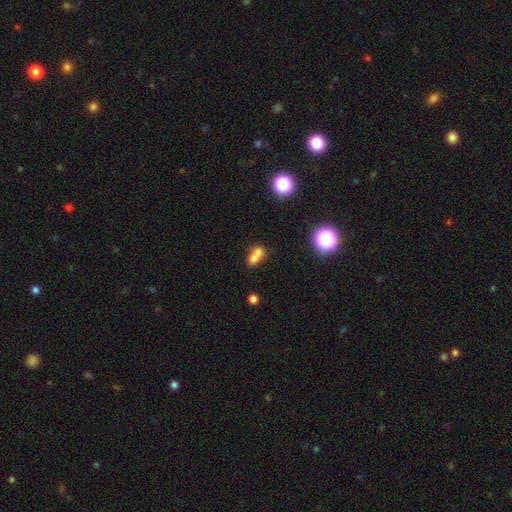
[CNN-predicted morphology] The model was most divided on "how rounded": in between: 62%, round: 32%, cigar-shaped: 6%. More confident: smooth or featured — smooth (70%); merging — merger (61%).